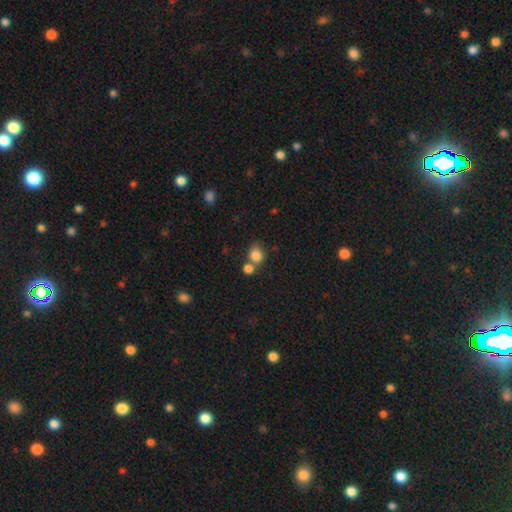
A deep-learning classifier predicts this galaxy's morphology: Smooth or featured?
  - smooth: 83% *
  - star or artifact: 10%
  - featured or disk: 7%
How rounded?
  - round: 65% *
  - in between: 34%
  - cigar-shaped: 1%
Merging?
  - none: 50% *
  - merger: 35%
  - minor disturbance: 11%
  - major disturbance: 4%